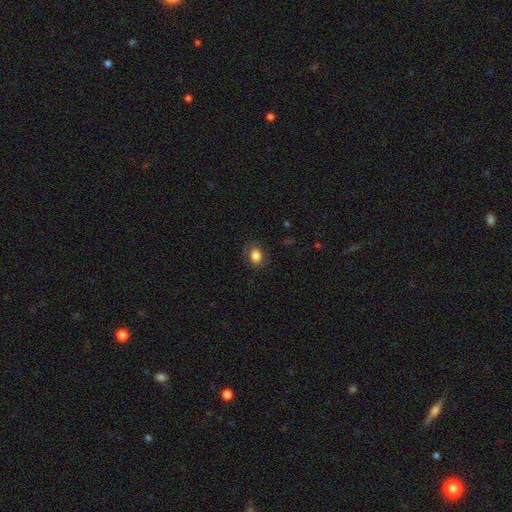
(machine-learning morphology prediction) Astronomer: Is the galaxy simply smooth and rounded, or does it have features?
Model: smooth — 83%.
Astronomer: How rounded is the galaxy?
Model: in between — 62% (runner-up: round, 37%).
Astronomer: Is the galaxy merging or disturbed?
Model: none — 81%.